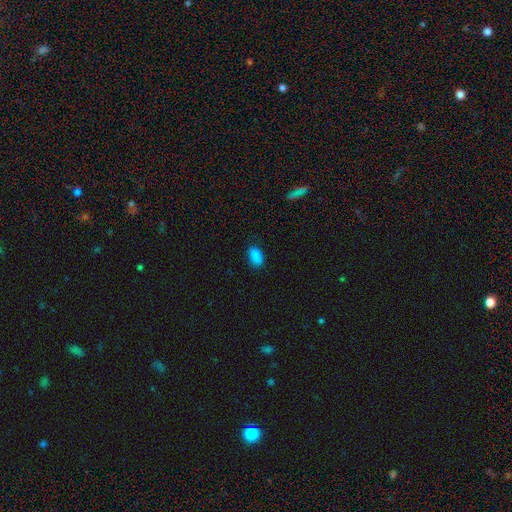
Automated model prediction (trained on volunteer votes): Smooth or featured? Predicted: smooth (p=0.86). How rounded? Predicted: in between (p=0.90). Merging? Predicted: none (p=0.83).